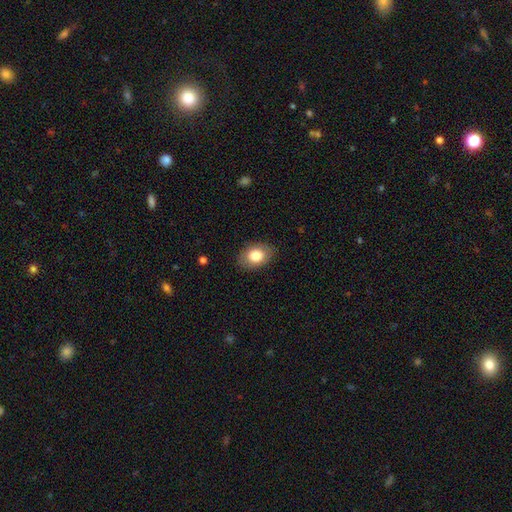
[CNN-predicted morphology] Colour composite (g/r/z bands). It shows a smooth galaxy with no disk features (78%) that is in between round and cigar-shaped (79%). Merging: none (84%).